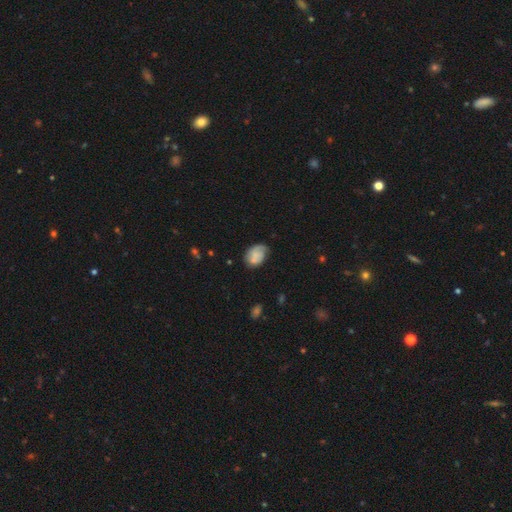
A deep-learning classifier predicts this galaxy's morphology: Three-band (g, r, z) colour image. It shows a smooth galaxy with no disk features (60%) that is in between round and cigar-shaped (75%). Merging: none (51%).